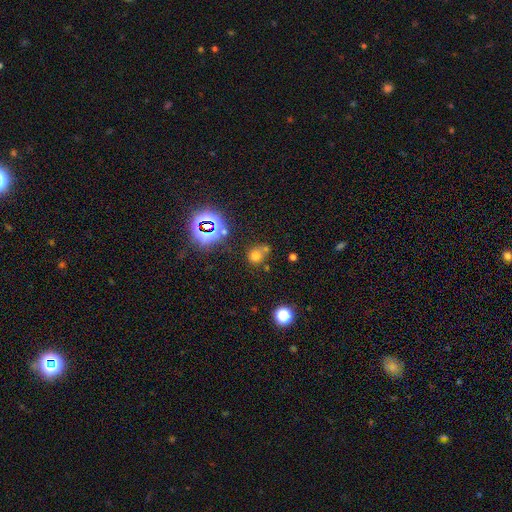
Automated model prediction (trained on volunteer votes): A smooth galaxy with no disk features (64%) that is round (74%). Merging: none (50%).